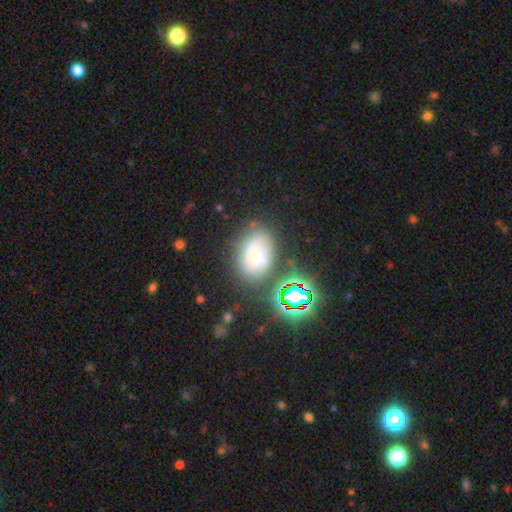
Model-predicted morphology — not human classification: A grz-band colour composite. It shows a smooth galaxy with no disk features (50%) that is in between round and cigar-shaped (76%). Merging: none (60%).